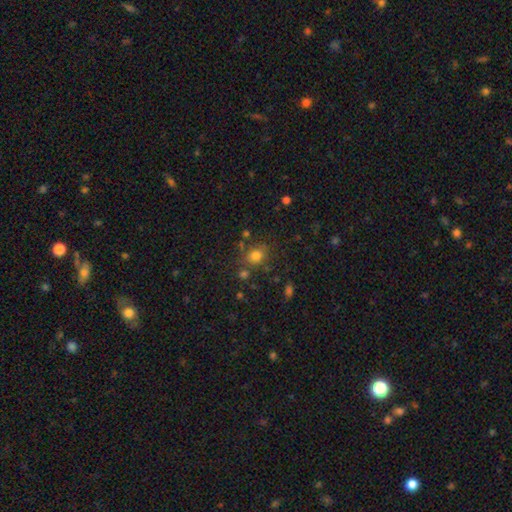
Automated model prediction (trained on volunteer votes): smooth 76%, star or artifact 15%, featured or disk 9%. Down the decision tree: how rounded — round (65%); merging — none (68%).